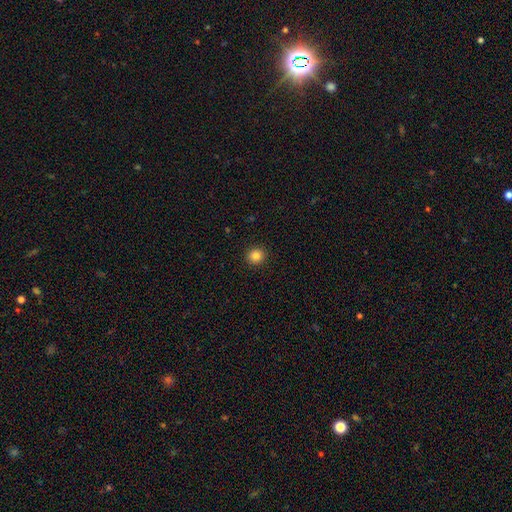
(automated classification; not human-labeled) Overall: smooth (85%). How rounded: round (91%). Merging: none (93%).